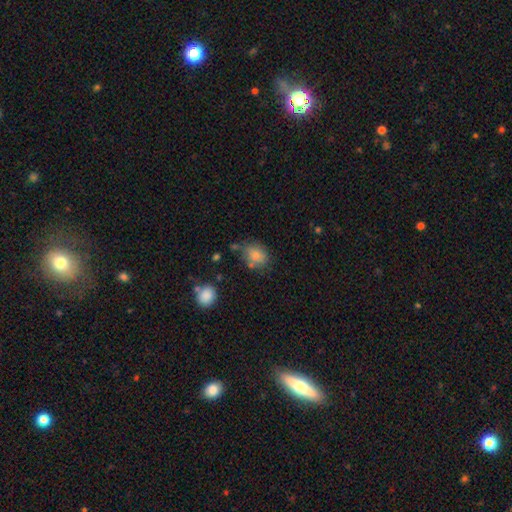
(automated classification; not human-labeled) This is clearly a smooth galaxy (80%). How rounded: possibly in between (56%). Merging: likely none (63%).